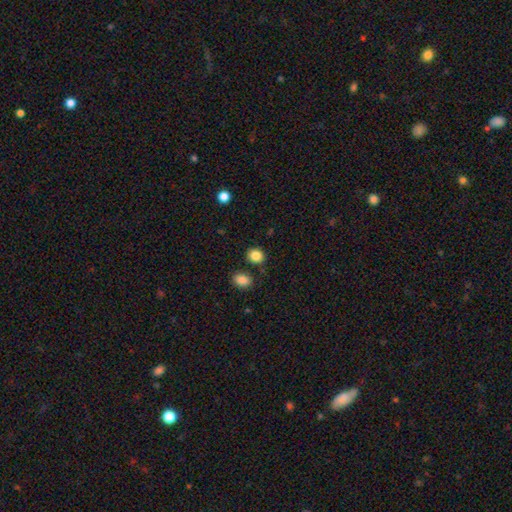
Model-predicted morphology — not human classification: A smooth galaxy with no disk features (86%) that is round (75%). Merging: none (82%).